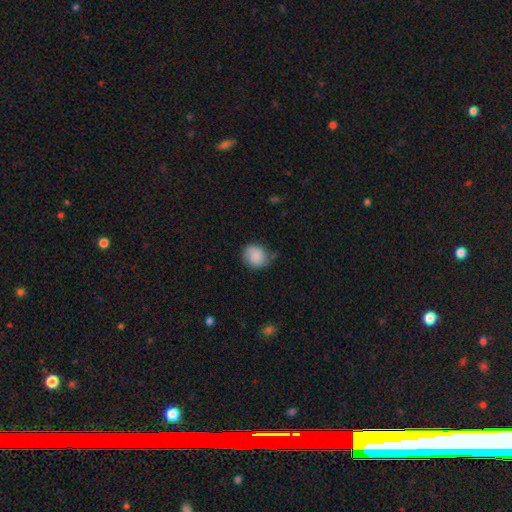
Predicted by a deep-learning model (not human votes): A smooth galaxy with no disk features (78%) that is round (69%). Merging: none (58%).